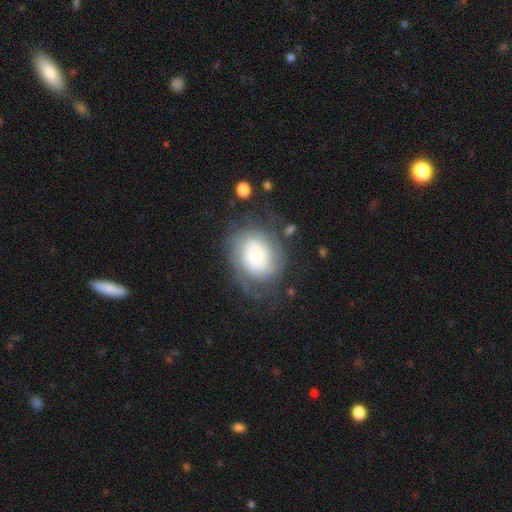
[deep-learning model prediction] This appears to be a featured or disk galaxy (67%) with no bar (81%), tight (64%) spiral arms (81%) and a small central bulge (52%). Merging: none (66%).